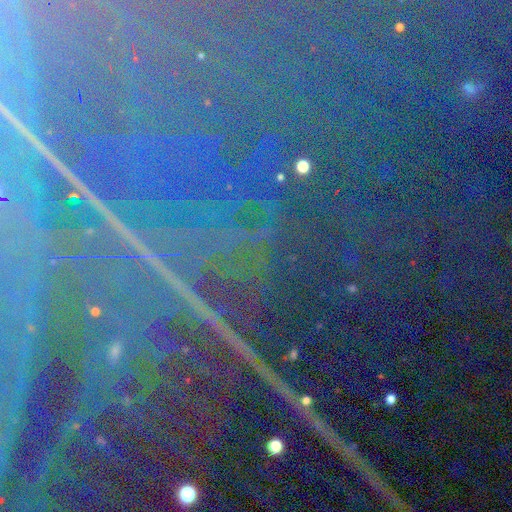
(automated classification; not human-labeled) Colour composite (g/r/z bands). It shows a star or artifact, not a galaxy (87%).